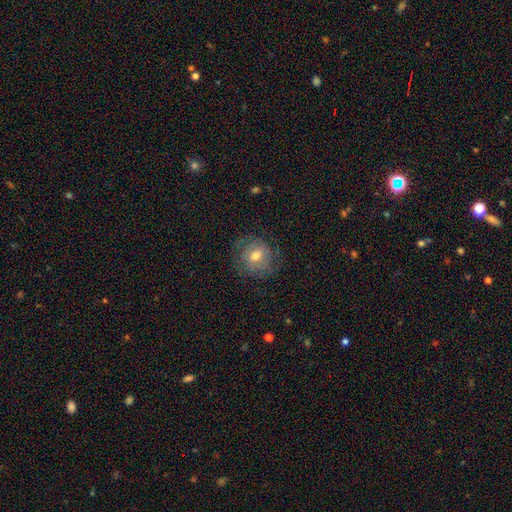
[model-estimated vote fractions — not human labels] This appears to be a featured or disk galaxy (55%) with no bar (46%), spiral arms (77%) and a moderate central bulge (72%). Merging: none (76%).